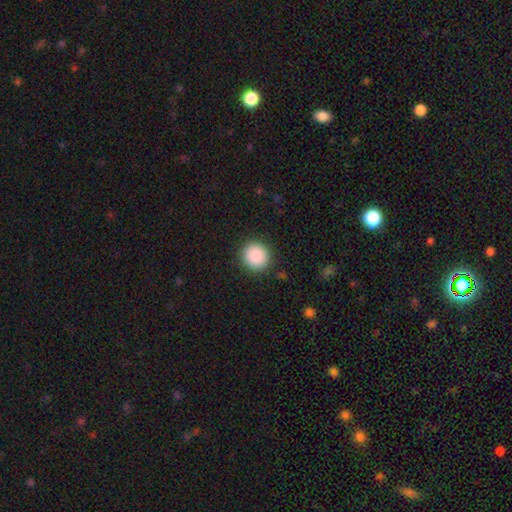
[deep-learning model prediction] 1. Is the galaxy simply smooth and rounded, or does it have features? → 88% smooth, 8% star or artifact, 4% featured or disk.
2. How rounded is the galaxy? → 91% round, 8% in between, 1% cigar-shaped.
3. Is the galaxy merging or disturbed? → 91% none, 6% minor disturbance, 2% major disturbance, 1% merger.